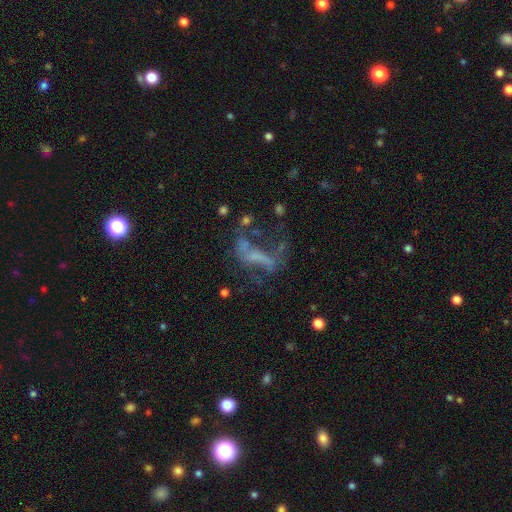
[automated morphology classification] Smooth or featured? featured or disk (55%)
Edge-on disk? no (90%)
Merging? major disturbance (41%)